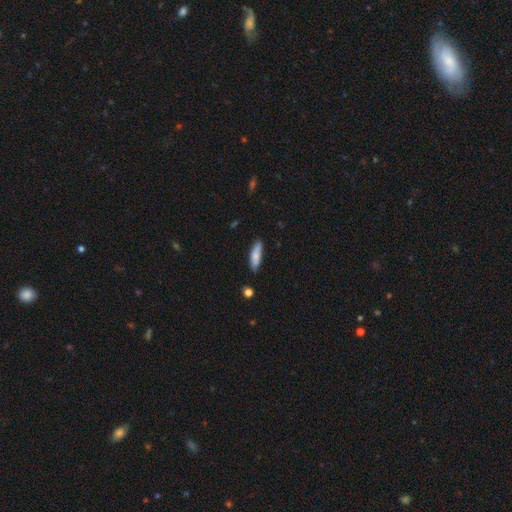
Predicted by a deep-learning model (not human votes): Smooth or featured: smooth — 78% (featured or disk — 16%)
How rounded: cigar-shaped — 58% (in between — 40%)
Merging: none — 81% (minor disturbance — 15%)